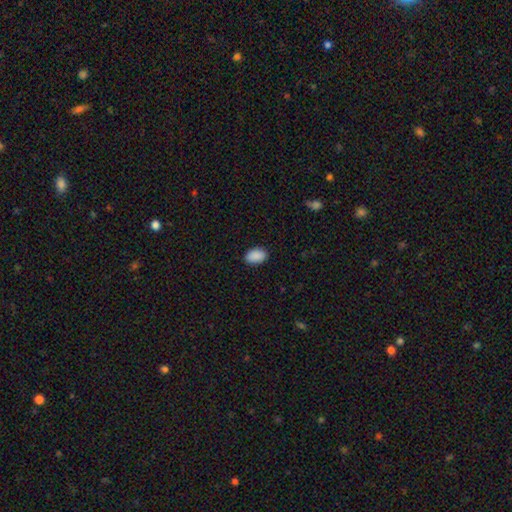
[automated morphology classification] A smooth galaxy with no disk features (91%) that is in between round and cigar-shaped (90%).

Vote fractions:
- Smooth or featured? smooth: 91% / star or artifact: 7% / featured or disk: 3%
- How rounded? in between: 90% / round: 8% / cigar-shaped: 1%
- Merging? none: 89% / minor disturbance: 8% / major disturbance: 2% / merger: 1%